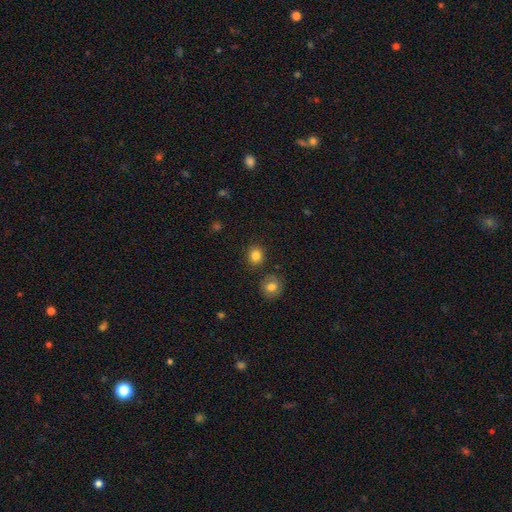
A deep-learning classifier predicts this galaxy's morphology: smooth-or-featured: smooth: 84% | star or artifact: 11% | featured or disk: 5%
  how-rounded: round: 79% | in between: 20% | cigar-shaped: 1%
  merging: none: 86% | minor disturbance: 8% | merger: 4% | major disturbance: 2%